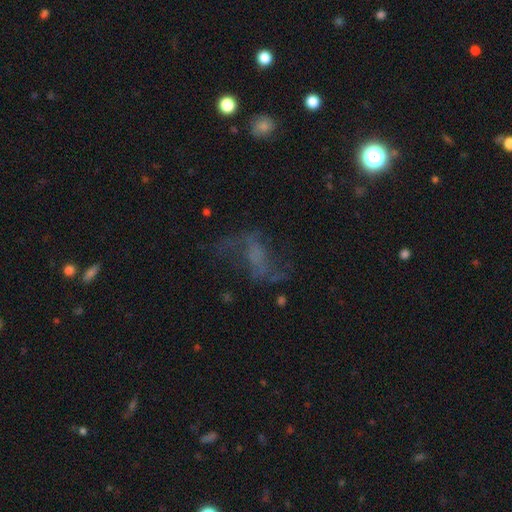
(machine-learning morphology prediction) Overall: featured or disk (53%; smooth 23%). Edge-on disk: no (95%). Bar: no (58%; weak 30%). Spiral arms: yes (59%; no 41%). Bulge size: none (61%). Merging: none (49%; major disturbance 30%).